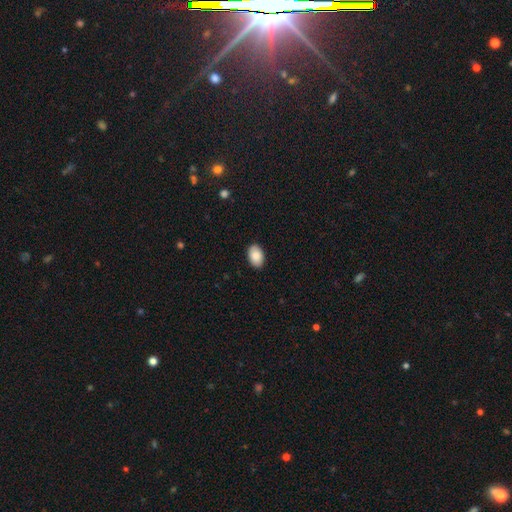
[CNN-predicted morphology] Overall: smooth (89%). How rounded: in between (91%). Merging: none (89%).